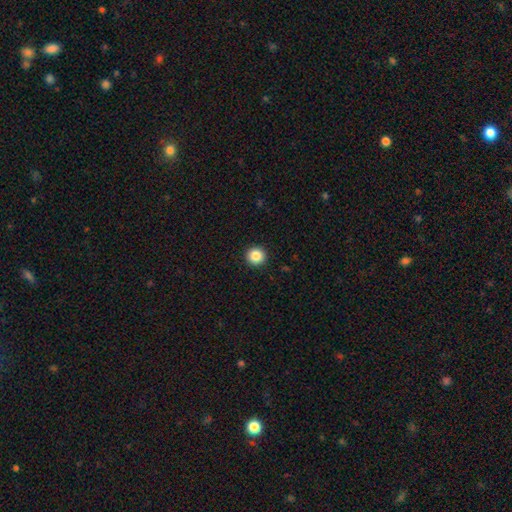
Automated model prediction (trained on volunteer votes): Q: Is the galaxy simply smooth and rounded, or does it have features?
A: smooth — 86%.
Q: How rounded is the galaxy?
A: round — 95%.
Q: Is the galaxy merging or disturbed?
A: none — 94%.